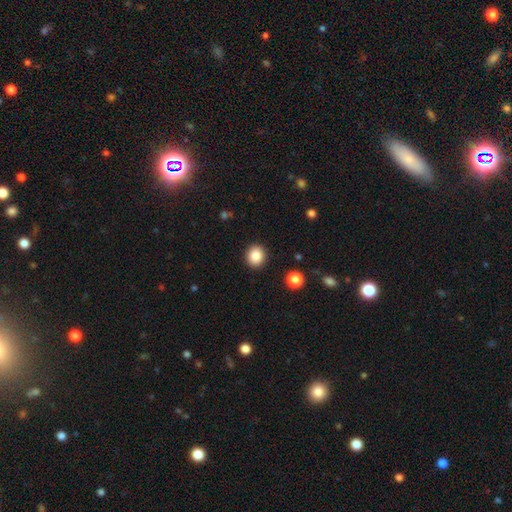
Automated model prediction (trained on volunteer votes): Morphology: type=smooth (86%); roundness=round (82%); merging=none (92%).